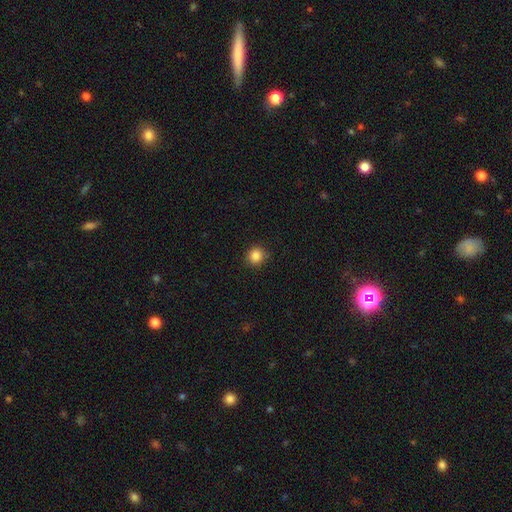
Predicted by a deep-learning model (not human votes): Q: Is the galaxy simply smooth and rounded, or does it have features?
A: smooth — 85%.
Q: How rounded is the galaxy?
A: round — 92%.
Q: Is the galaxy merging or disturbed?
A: none — 90%.